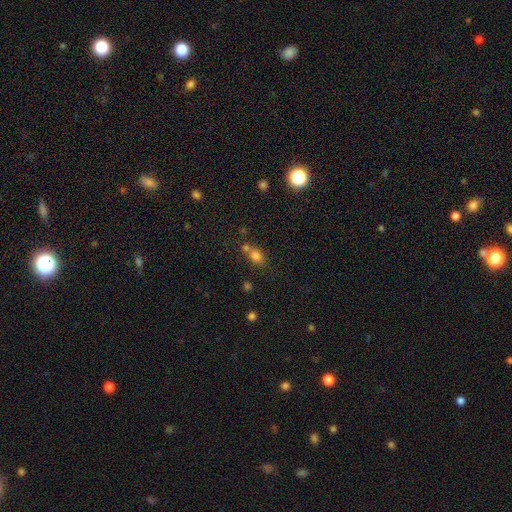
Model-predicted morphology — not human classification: Smooth or featured: smooth — 76% (star or artifact — 14%)
How rounded: in between — 64% (round — 33%)
Merging: none — 45% (merger — 37%)